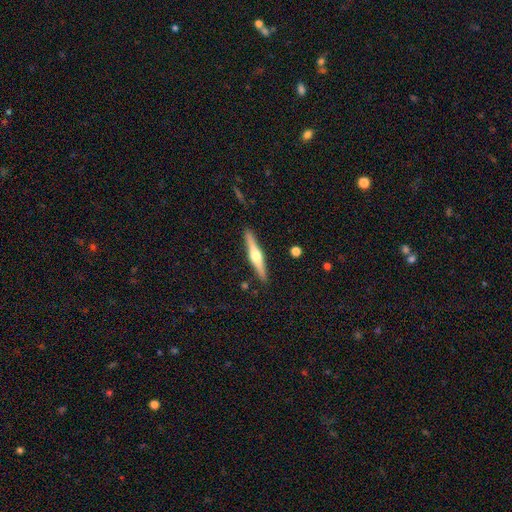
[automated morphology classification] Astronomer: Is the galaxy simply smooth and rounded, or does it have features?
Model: featured or disk — 69%.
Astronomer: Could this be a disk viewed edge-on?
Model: yes — 98%.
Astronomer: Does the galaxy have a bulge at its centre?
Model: rounded — 92%.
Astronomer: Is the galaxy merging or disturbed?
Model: none — 91%.